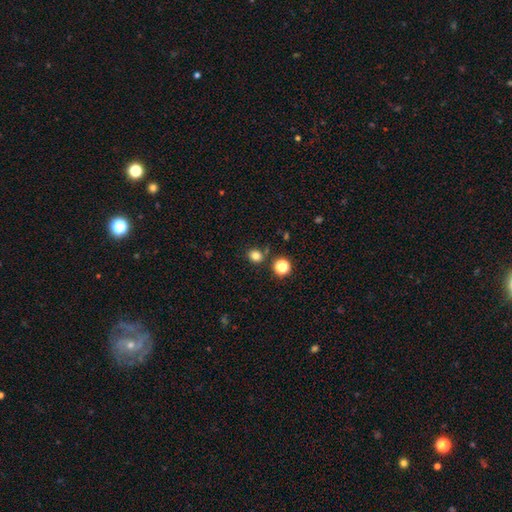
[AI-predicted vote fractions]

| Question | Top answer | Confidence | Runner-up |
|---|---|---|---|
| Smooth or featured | smooth | 79% | star or artifact (16%) |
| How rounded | round | 73% | in between (26%) |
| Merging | none | 78% | minor disturbance (10%) |